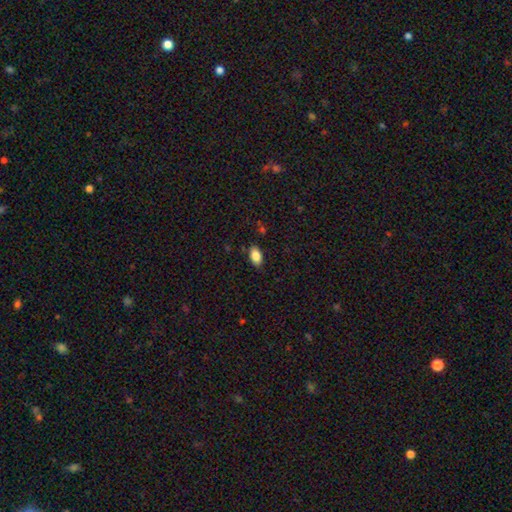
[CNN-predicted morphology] Smooth or featured? Predicted: smooth (p=0.85). How rounded? Predicted: in between (p=0.91). Merging? Predicted: none (p=0.84).